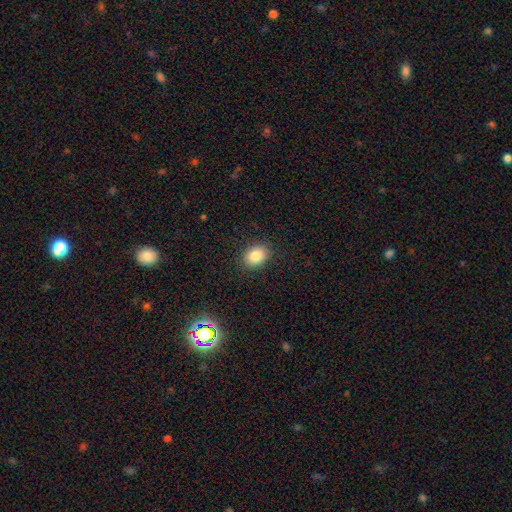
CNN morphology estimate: This is clearly a smooth galaxy (85%). How rounded: likely in between (68%). Merging: clearly none (88%).